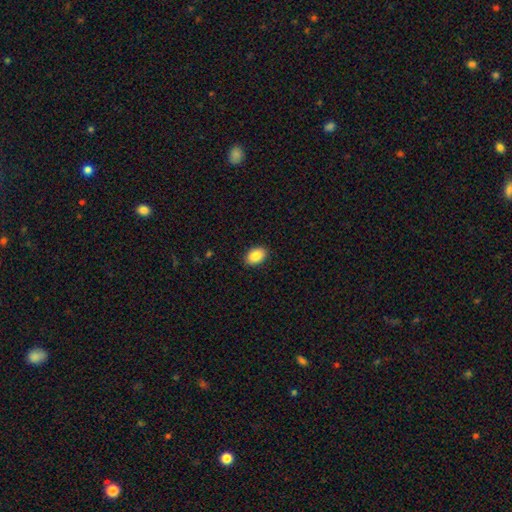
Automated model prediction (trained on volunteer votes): Q: Smooth or featured?
A: smooth (87%); runner-up: star or artifact (7%)
Q: How rounded?
A: in between (84%); runner-up: round (14%)
Q: Merging?
A: none (90%); runner-up: minor disturbance (7%)